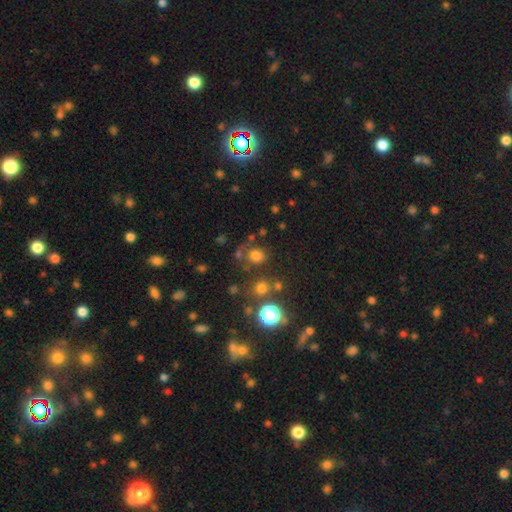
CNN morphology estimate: Smooth or featured?
  - smooth: 71% *
  - star or artifact: 21%
  - featured or disk: 8%
How rounded?
  - round: 76% *
  - in between: 23%
  - cigar-shaped: 1%
Merging?
  - none: 68% *
  - minor disturbance: 13%
  - merger: 11%
  - major disturbance: 8%